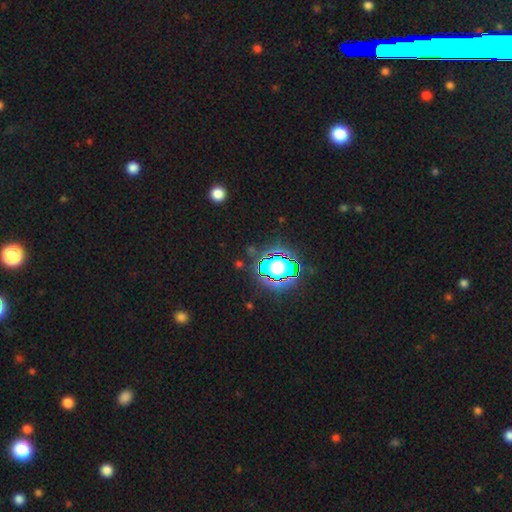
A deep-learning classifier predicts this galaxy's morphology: A star or artifact, not a galaxy (82%).

Vote fractions:
- Smooth or featured? star or artifact: 82% / smooth: 11% / featured or disk: 7%